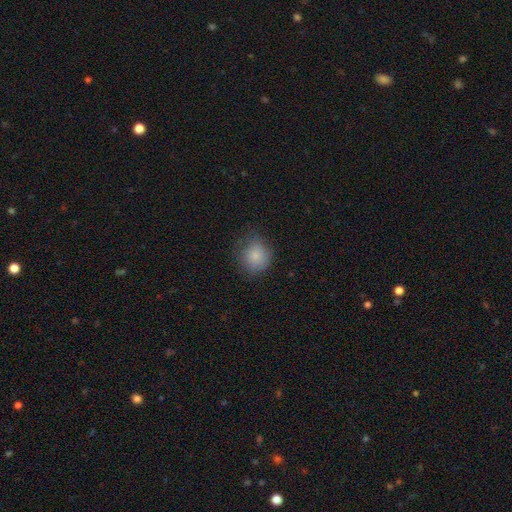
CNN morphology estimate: This is clearly a smooth galaxy (83%). How rounded: likely round (79%). Merging: likely none (72%).